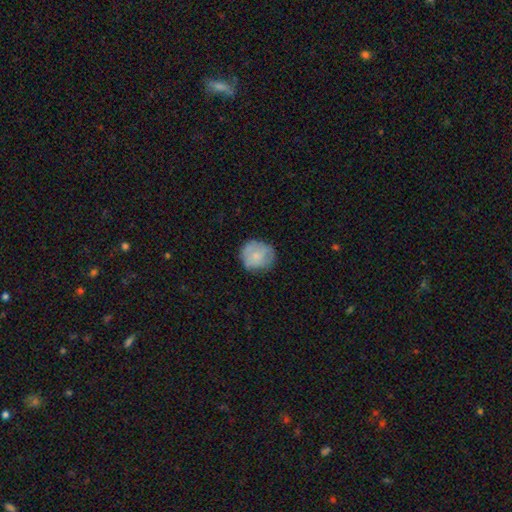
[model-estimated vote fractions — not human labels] Smooth or featured?
  - smooth: 67% *
  - featured or disk: 26%
  - star or artifact: 7%
How rounded?
  - round: 86% *
  - in between: 13%
  - cigar-shaped: 1%
Merging?
  - none: 71% *
  - minor disturbance: 21%
  - major disturbance: 6%
  - merger: 1%